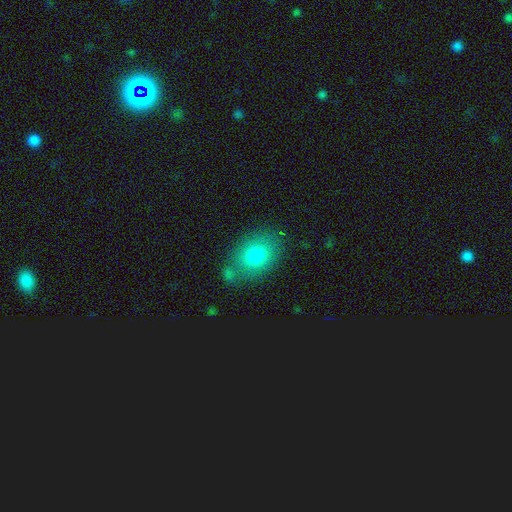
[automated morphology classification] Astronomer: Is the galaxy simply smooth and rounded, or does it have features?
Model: smooth — 79%.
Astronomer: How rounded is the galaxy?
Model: in between — 70%.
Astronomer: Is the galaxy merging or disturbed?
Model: none — 70%.